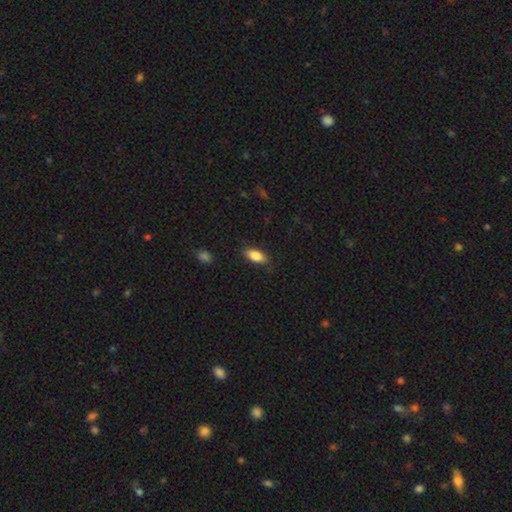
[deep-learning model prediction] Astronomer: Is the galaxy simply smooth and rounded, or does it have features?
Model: smooth — 85%.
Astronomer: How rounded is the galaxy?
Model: in between — 89%.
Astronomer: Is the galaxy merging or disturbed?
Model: none — 84%.